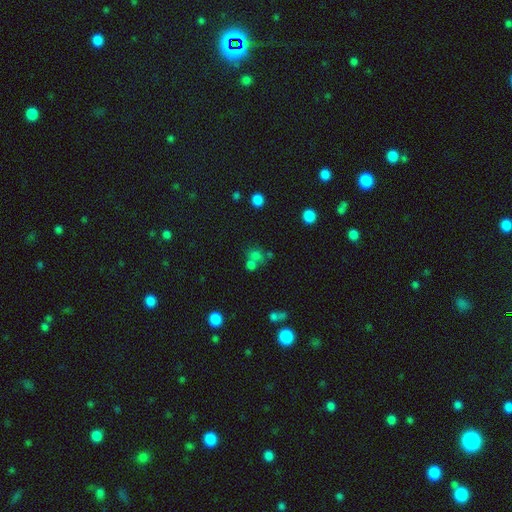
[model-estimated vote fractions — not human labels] Smooth or featured? smooth (66%)
How rounded? round (68%)
Merging? none (42%)